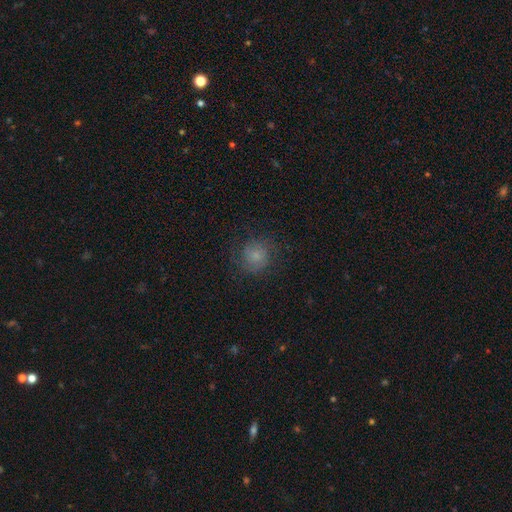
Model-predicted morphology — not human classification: Smooth or featured?
  - smooth: 61% *
  - featured or disk: 27%
  - star or artifact: 12%
How rounded?
  - round: 86% *
  - in between: 13%
  - cigar-shaped: 1%
Merging?
  - none: 73% *
  - minor disturbance: 16%
  - major disturbance: 10%
  - merger: 1%